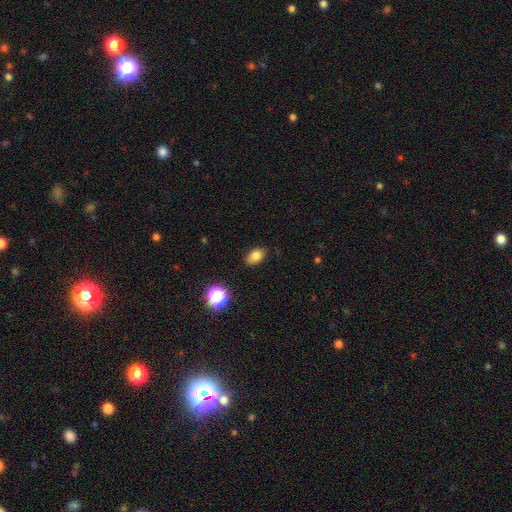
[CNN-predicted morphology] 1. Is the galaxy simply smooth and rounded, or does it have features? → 80% smooth, 12% star or artifact, 8% featured or disk.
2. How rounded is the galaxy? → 83% in between, 16% round, 1% cigar-shaped.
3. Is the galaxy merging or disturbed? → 84% none, 12% minor disturbance, 3% major disturbance, 1% merger.